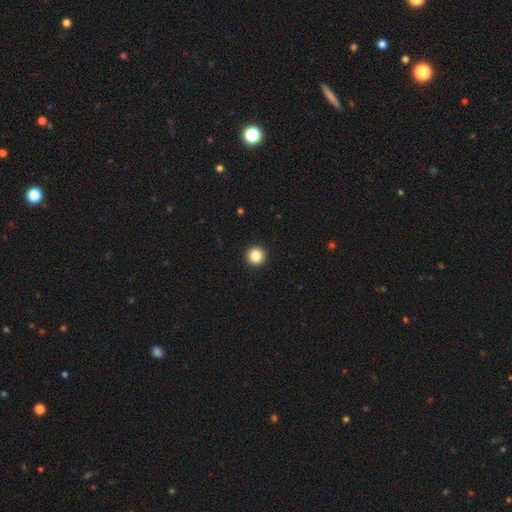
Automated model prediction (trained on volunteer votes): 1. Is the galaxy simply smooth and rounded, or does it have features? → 85% smooth, 10% star or artifact, 5% featured or disk.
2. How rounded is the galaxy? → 96% round, 3% in between, 1% cigar-shaped.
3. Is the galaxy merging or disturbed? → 94% none, 4% minor disturbance, 1% major disturbance, 1% merger.